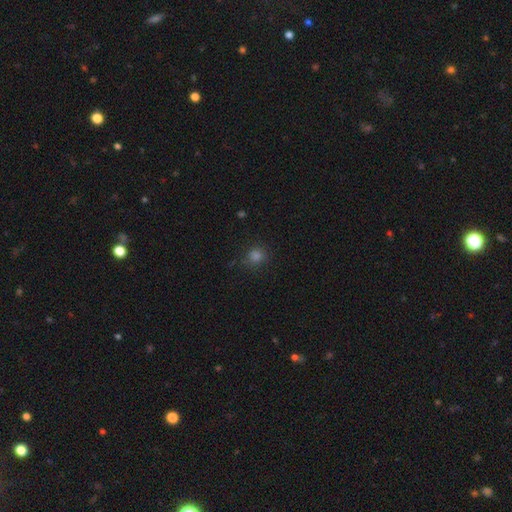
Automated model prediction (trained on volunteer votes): Smooth or featured: smooth — 76% (star or artifact — 20%)
How rounded: round — 89% (in between — 10%)
Merging: none — 85% (minor disturbance — 10%)